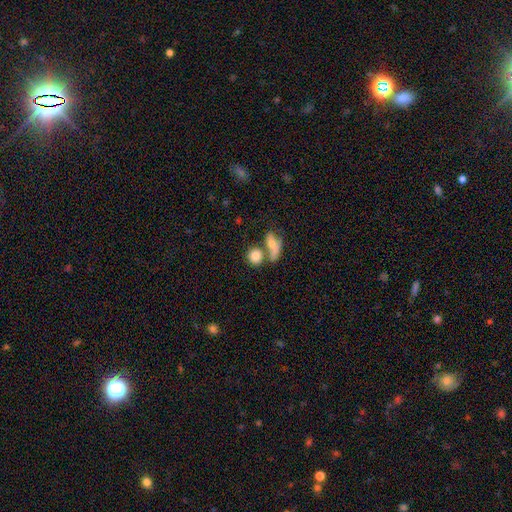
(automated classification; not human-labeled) Smooth or featured: smooth — 80% (featured or disk — 11%)
How rounded: round — 72% (in between — 25%)
Merging: none — 48% (merger — 36%)